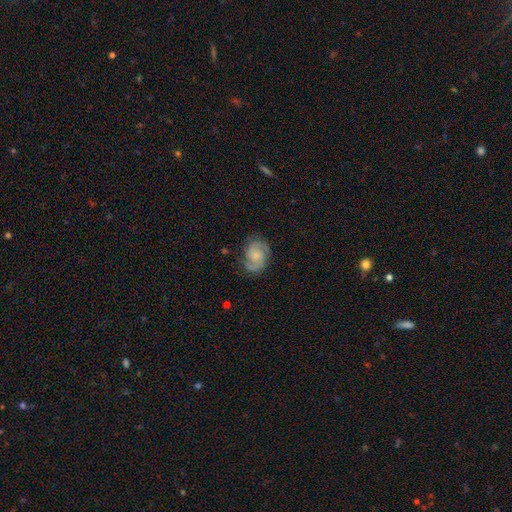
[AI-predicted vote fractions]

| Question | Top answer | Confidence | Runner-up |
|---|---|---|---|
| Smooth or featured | featured or disk | 77% | smooth (16%) |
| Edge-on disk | no | 98% | yes (2%) |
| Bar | no | 65% | weak (31%) |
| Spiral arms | yes | 96% | no (4%) |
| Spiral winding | medium | 47% | tight (38%) |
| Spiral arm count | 2 | 86% | can't tell (6%) |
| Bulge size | small | 48% | moderate (28%) |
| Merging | none | 77% | minor disturbance (16%) |